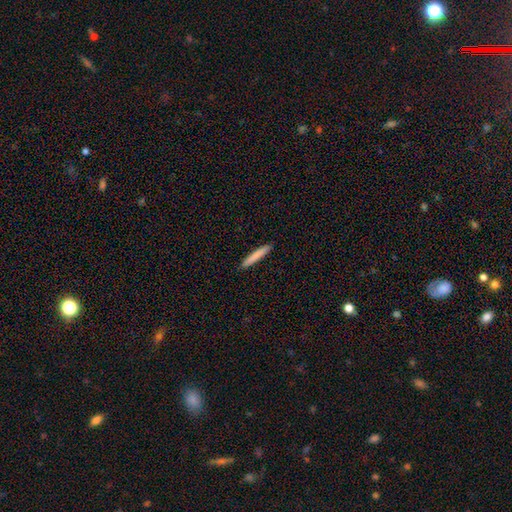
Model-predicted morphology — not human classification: smooth 80%, featured or disk 15%, star or artifact 6%. Down the decision tree: how rounded — cigar-shaped (96%); merging — none (92%).